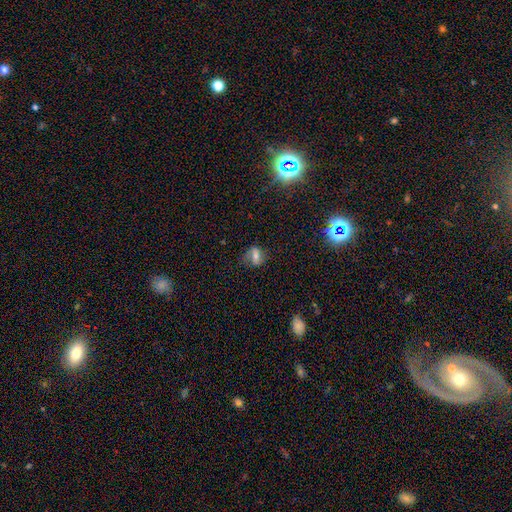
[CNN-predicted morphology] Smooth or featured: smooth — 46% (featured or disk — 39%)
Merging: none — 66% (minor disturbance — 21%)